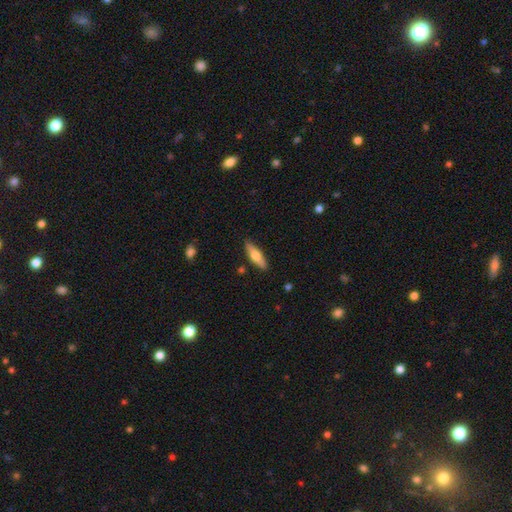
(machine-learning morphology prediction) Smooth or featured: smooth — 59% (featured or disk — 35%)
How rounded: cigar-shaped — 56% (in between — 41%)
Merging: none — 88% (minor disturbance — 9%)